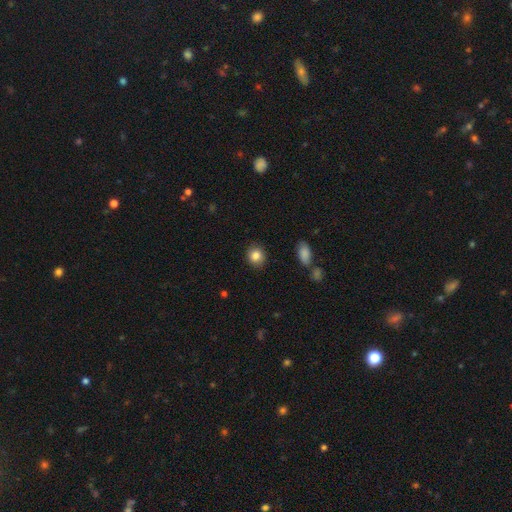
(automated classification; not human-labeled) This appears to be a smooth galaxy with no disk features (85%) that is round (78%). Merging: none (88%).